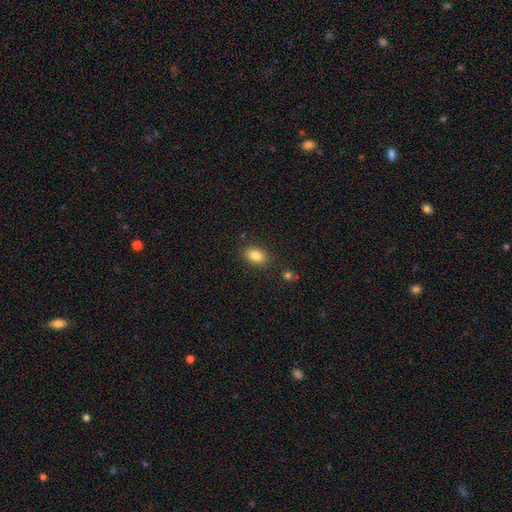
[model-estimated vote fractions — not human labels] This appears to be a smooth galaxy with no disk features (84%) that is in between round and cigar-shaped (83%). Merging: none (84%).